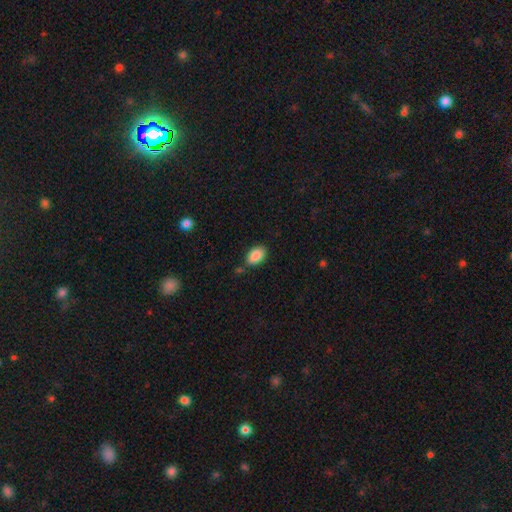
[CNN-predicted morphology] Smooth or featured? smooth (88%)
How rounded? in between (90%)
Merging? none (78%)